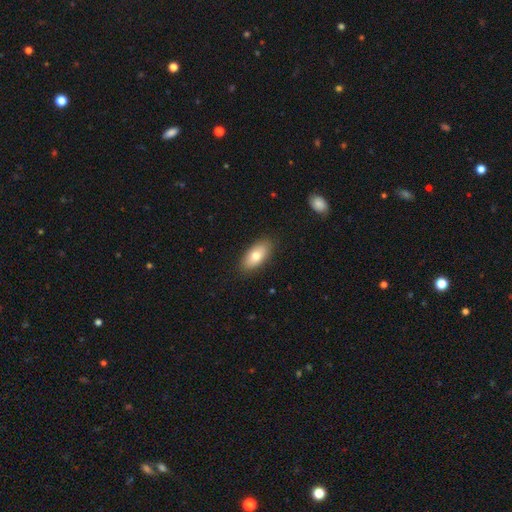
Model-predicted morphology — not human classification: Smooth or featured: smooth — 75% (featured or disk — 19%)
How rounded: in between — 89% (cigar-shaped — 7%)
Merging: none — 87% (minor disturbance — 10%)